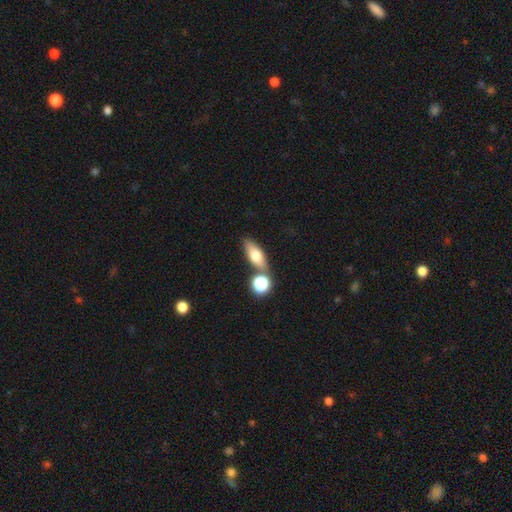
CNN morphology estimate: Smooth or featured?
  - smooth: 64% *
  - featured or disk: 26%
  - star or artifact: 9%
How rounded?
  - in between: 66% *
  - cigar-shaped: 24%
  - round: 10%
Merging?
  - none: 70% *
  - merger: 16%
  - minor disturbance: 10%
  - major disturbance: 3%